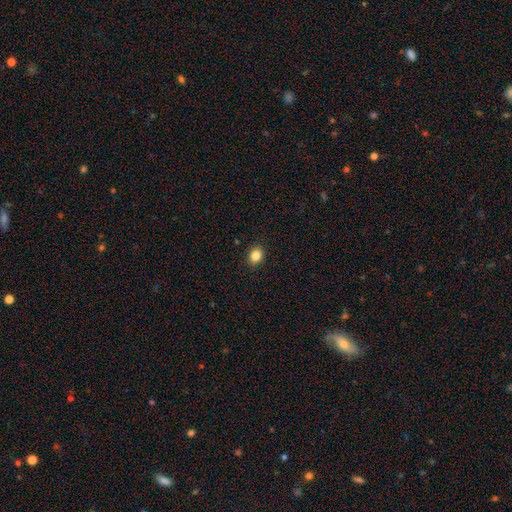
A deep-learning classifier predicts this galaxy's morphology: A smooth galaxy with no disk features (85%) that is round (56%).

Vote fractions:
- Smooth or featured? smooth: 85% / star or artifact: 10% / featured or disk: 4%
- How rounded? round: 56% / in between: 43% / cigar-shaped: 1%
- Merging? none: 91% / minor disturbance: 6% / major disturbance: 2% / merger: 1%